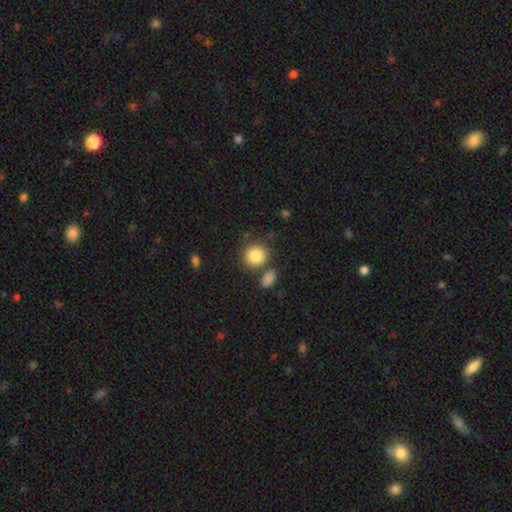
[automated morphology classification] Q: Smooth or featured?
A: smooth (86%); runner-up: star or artifact (8%)
Q: How rounded?
A: round (82%); runner-up: in between (17%)
Q: Merging?
A: none (69%); runner-up: merger (15%)